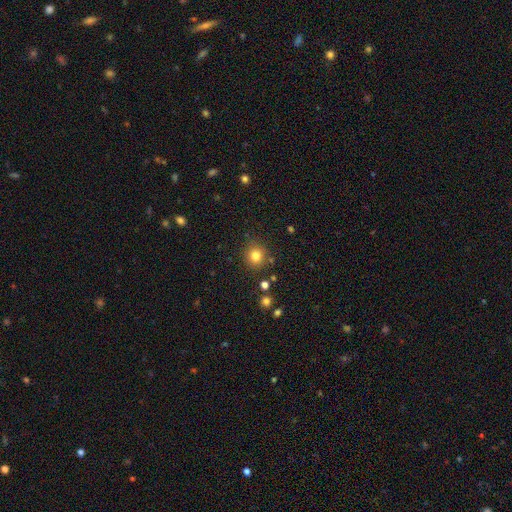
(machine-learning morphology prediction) Smooth or featured? Predicted: smooth (p=0.80). How rounded? Predicted: round (p=0.90). Merging? Predicted: none (p=0.85).